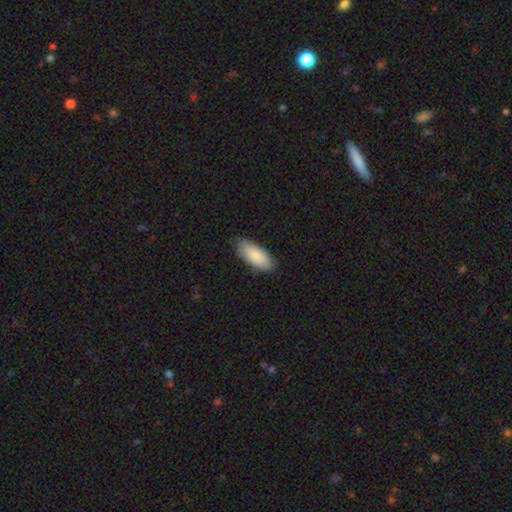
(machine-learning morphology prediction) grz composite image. It shows a smooth galaxy with no disk features (84%) that is in between round and cigar-shaped (84%). Merging: none (81%).